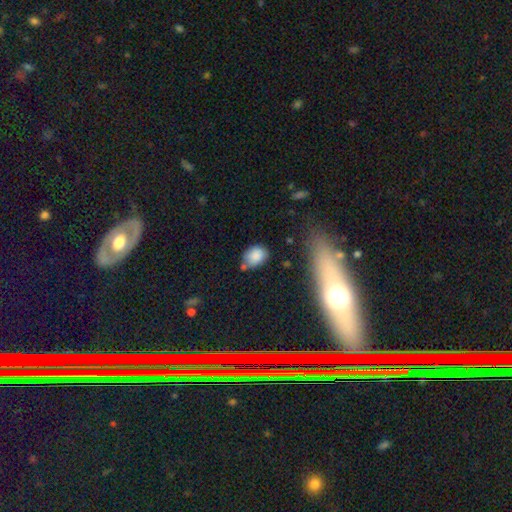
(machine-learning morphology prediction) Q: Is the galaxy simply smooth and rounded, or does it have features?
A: smooth — 83%.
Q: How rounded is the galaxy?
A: in between — 69%.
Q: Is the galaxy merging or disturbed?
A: none — 54%.